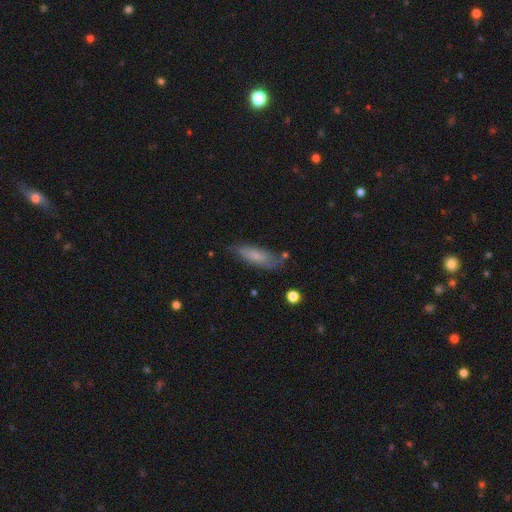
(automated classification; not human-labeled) Morphology: type=smooth (65%); roundness=in between (51%); merging=none (66%).